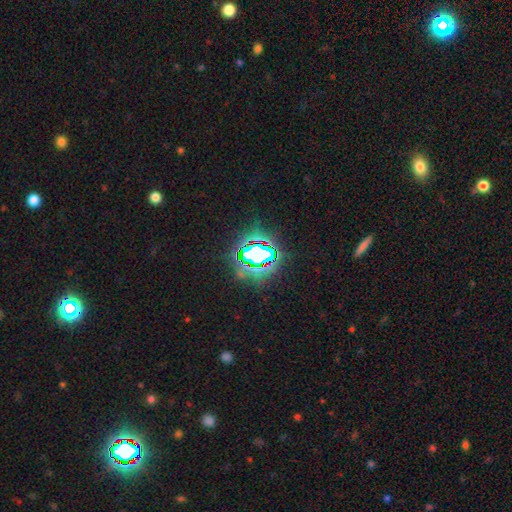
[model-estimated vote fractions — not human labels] Q: Smooth or featured?
A: star or artifact (72%); runner-up: smooth (16%)